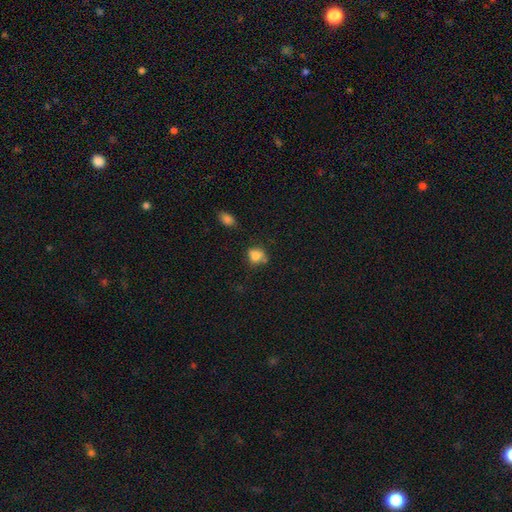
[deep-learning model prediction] This is likely a smooth galaxy (80%). How rounded: likely round (65%). Merging: possibly none (53%).